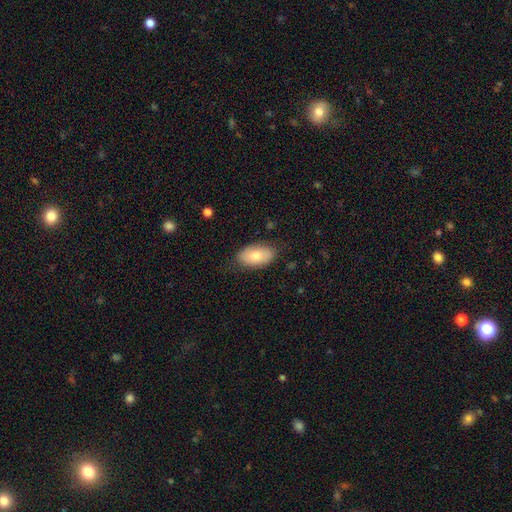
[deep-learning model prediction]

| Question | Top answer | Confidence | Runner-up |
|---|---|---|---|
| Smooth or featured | smooth | 75% | featured or disk (19%) |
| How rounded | in between | 94% | round (4%) |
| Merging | none | 79% | minor disturbance (17%) |